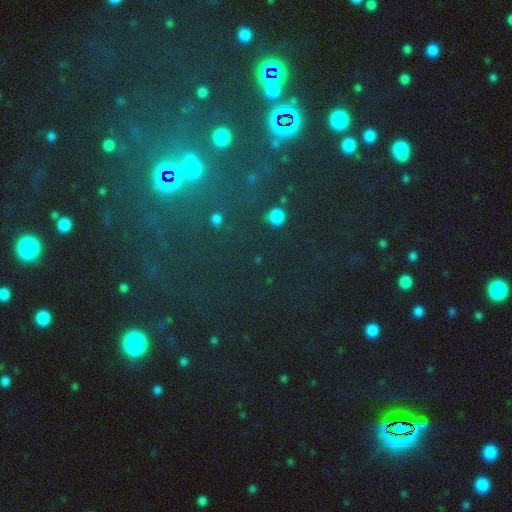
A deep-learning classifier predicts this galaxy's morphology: Smooth or featured? Predicted: star or artifact (p=0.67).